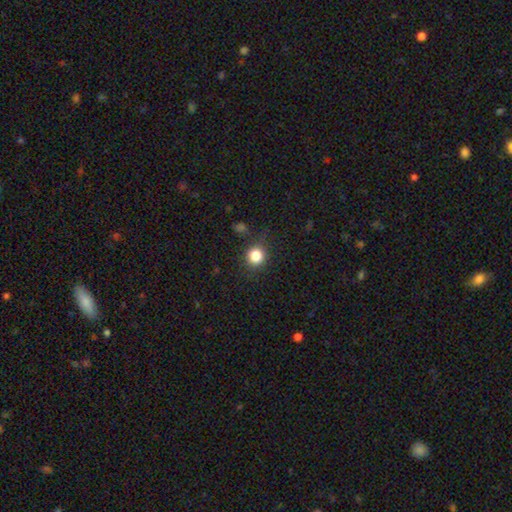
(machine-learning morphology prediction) Smooth or featured: smooth — 83% (star or artifact — 12%)
How rounded: round — 89% (in between — 10%)
Merging: none — 83% (minor disturbance — 11%)